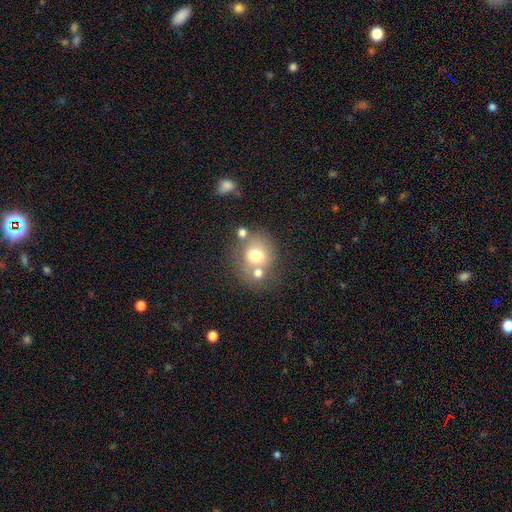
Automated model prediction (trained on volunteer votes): smooth_or_featured: smooth (p=0.66) [alt: featured or disk p=0.22]
how_rounded: round (p=0.77) [alt: in between p=0.22]
merging: none (p=0.51) [alt: merger p=0.30]